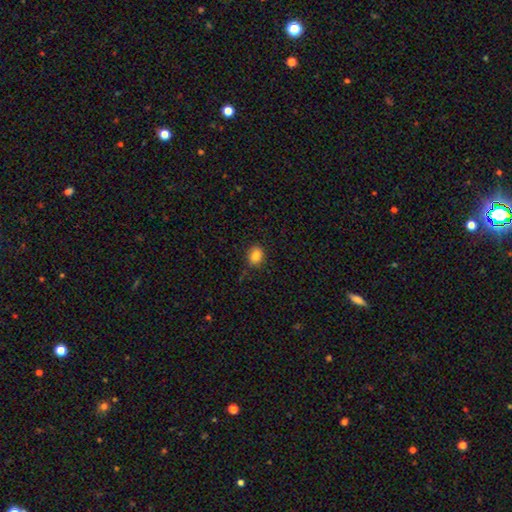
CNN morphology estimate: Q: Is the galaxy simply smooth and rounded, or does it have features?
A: smooth — 85%.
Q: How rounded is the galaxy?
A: in between — 53%.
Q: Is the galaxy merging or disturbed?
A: none — 83%.